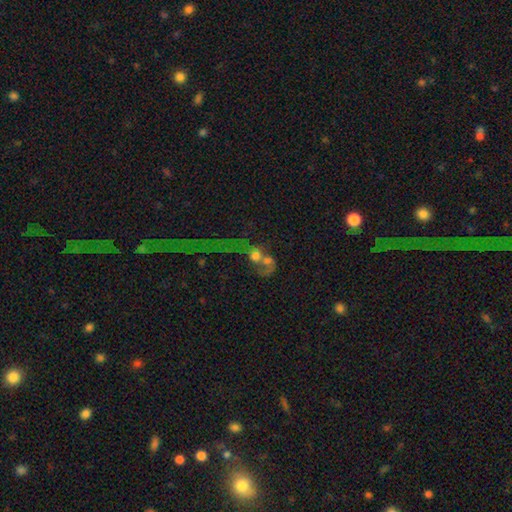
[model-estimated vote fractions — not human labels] Smooth or featured? smooth (50%)
Merging? merger (69%)